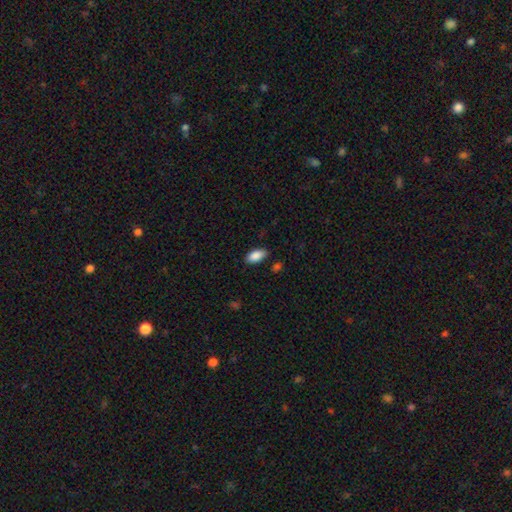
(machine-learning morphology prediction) The model was most divided on "merging": none: 84%, minor disturbance: 12%, major disturbance: 2%, merger: 2%. More confident: how rounded — in between (92%); smooth or featured — smooth (88%).